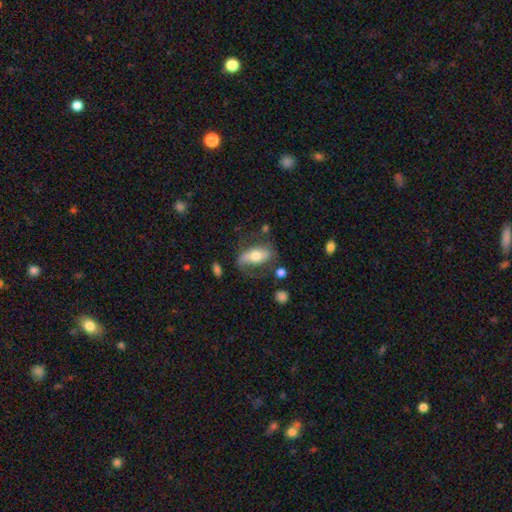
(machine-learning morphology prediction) type=featured or disk (52%); edge-on=no (84%); merging=none (52%).